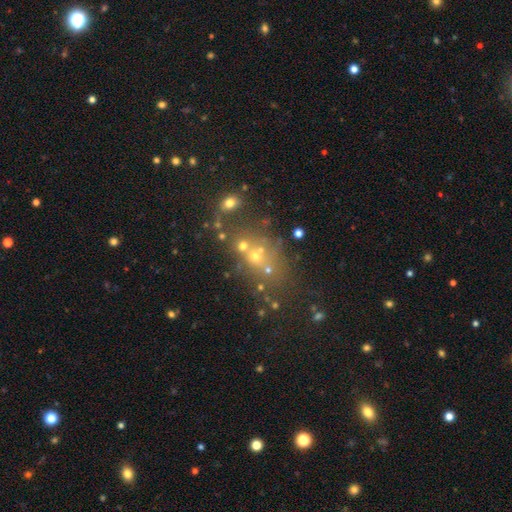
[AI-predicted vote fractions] A smooth galaxy with no disk features (41%). Merging: none (42%).